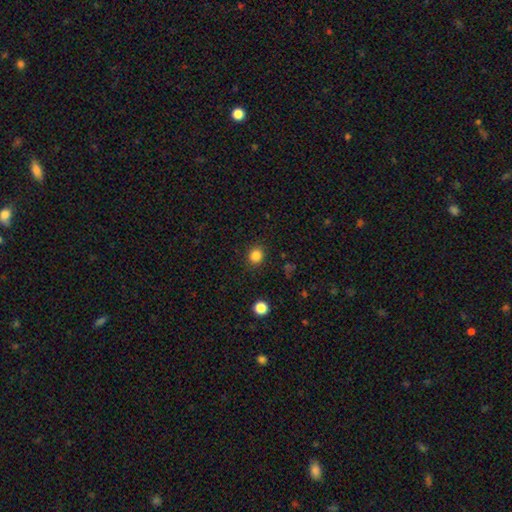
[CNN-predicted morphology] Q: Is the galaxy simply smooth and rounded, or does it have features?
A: smooth — 84%.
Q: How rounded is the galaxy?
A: round — 82%.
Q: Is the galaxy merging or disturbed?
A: none — 89%.